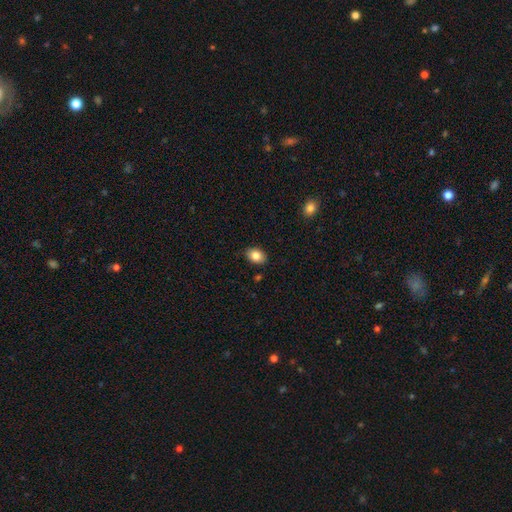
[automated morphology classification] This appears to be a smooth galaxy with no disk features (84%) that is in between round and cigar-shaped (76%). Merging: none (86%).